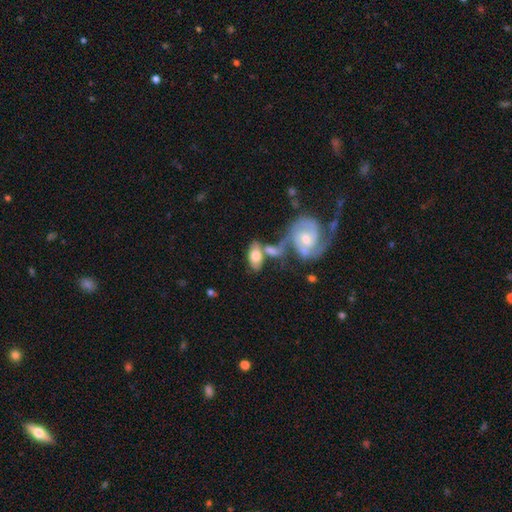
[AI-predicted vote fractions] Smooth or featured? smooth (56%)
How rounded? in between (90%)
Merging? merger (39%)